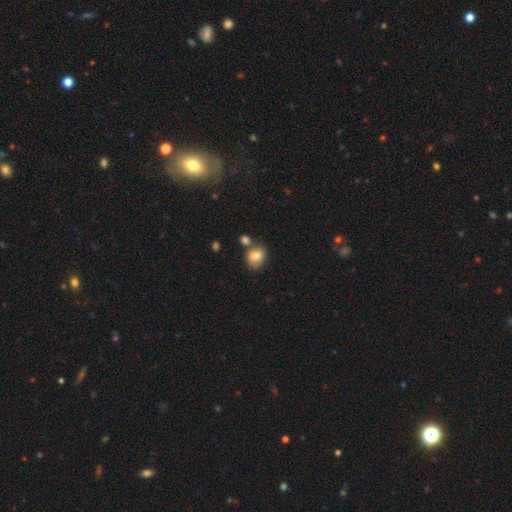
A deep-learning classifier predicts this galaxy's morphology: smooth_or_featured: smooth (p=0.79) [alt: featured or disk p=0.12]
how_rounded: in between (p=0.52) [alt: round p=0.47]
merging: none (p=0.56) [alt: merger p=0.23]